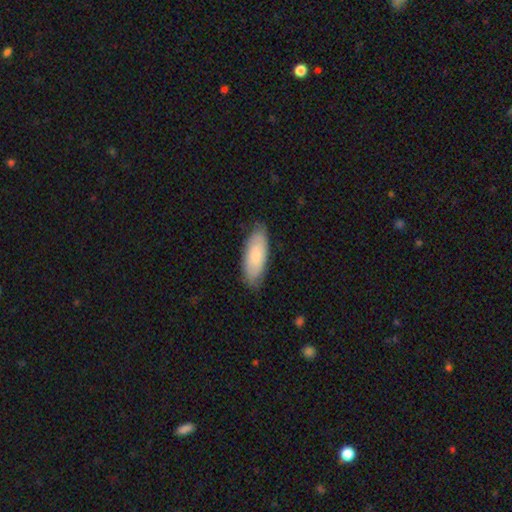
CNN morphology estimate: Overall: smooth (73%). How rounded: in between (77%). Merging: none (80%).